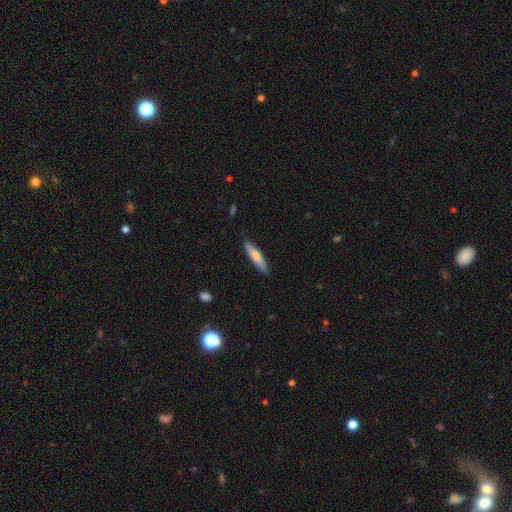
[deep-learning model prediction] Morphology: type=smooth (63%); roundness=cigar-shaped (84%); merging=none (88%).